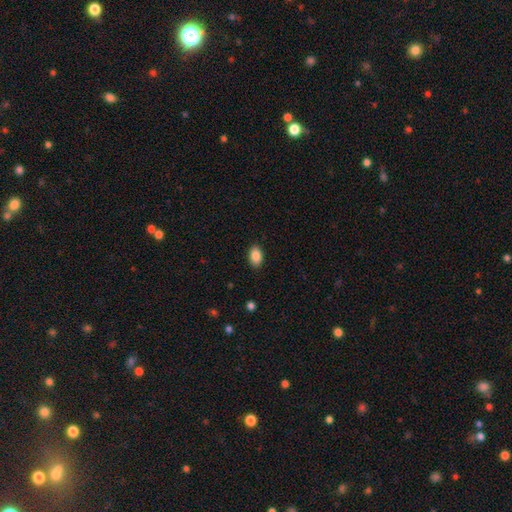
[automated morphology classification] Smooth or featured?
  - smooth: 87% *
  - star or artifact: 8%
  - featured or disk: 5%
How rounded?
  - in between: 90% *
  - round: 9%
  - cigar-shaped: 1%
Merging?
  - none: 88% *
  - minor disturbance: 9%
  - major disturbance: 2%
  - merger: 1%